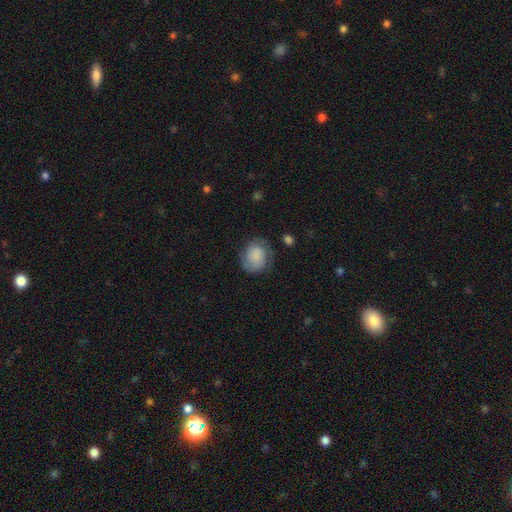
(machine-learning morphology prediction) smooth_or_featured: smooth (p=0.57) [alt: featured or disk p=0.34]
how_rounded: round (p=0.65) [alt: in between p=0.34]
merging: none (p=0.67) [alt: minor disturbance p=0.21]